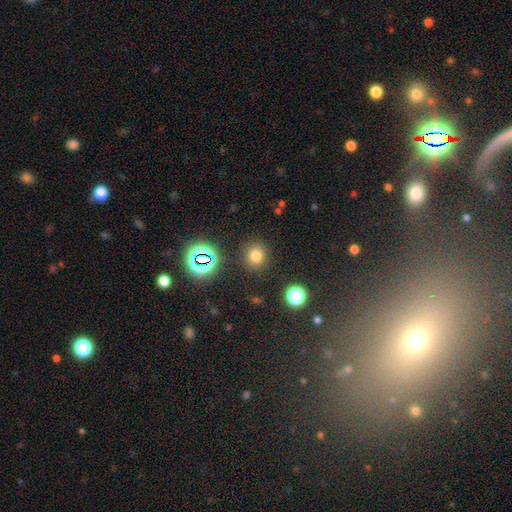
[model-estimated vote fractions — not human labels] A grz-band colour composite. It shows a smooth galaxy with no disk features (73%) that is round (84%). Merging: none (86%).